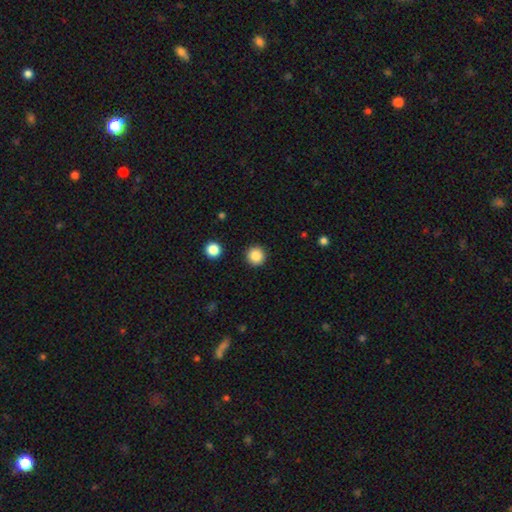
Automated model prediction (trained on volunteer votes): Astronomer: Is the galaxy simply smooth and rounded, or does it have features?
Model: smooth — 86%.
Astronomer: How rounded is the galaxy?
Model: round — 96%.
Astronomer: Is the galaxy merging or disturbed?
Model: none — 92%.